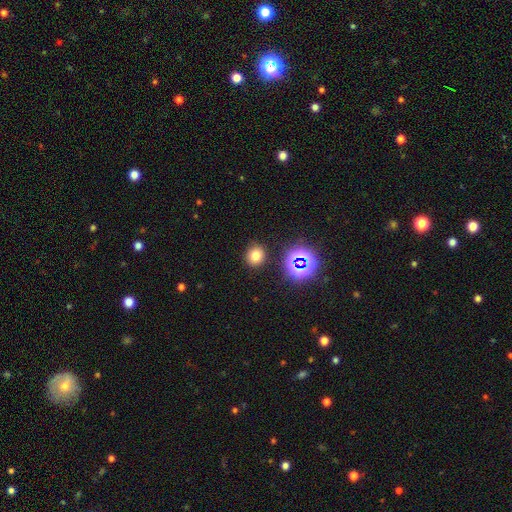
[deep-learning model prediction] Q: Smooth or featured?
A: smooth (72%); runner-up: star or artifact (20%)
Q: How rounded?
A: round (81%); runner-up: in between (18%)
Q: Merging?
A: none (88%); runner-up: minor disturbance (7%)